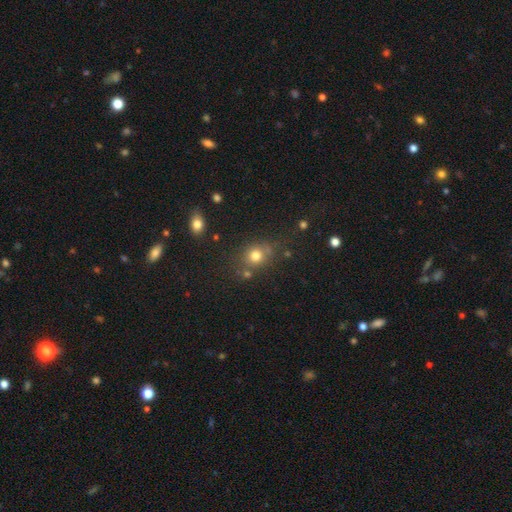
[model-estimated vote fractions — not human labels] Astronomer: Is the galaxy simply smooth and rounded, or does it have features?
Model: smooth — 75%.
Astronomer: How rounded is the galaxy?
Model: round — 75%.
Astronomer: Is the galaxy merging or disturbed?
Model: none — 69%.